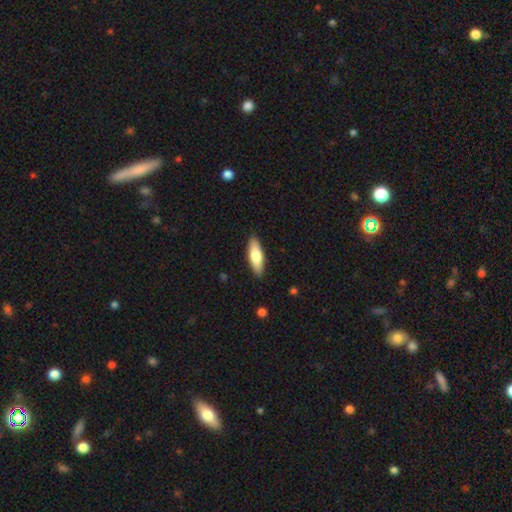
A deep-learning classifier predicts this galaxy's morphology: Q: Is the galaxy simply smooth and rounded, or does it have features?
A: smooth — 75%.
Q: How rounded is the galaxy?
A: in between — 58%.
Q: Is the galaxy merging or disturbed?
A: none — 88%.